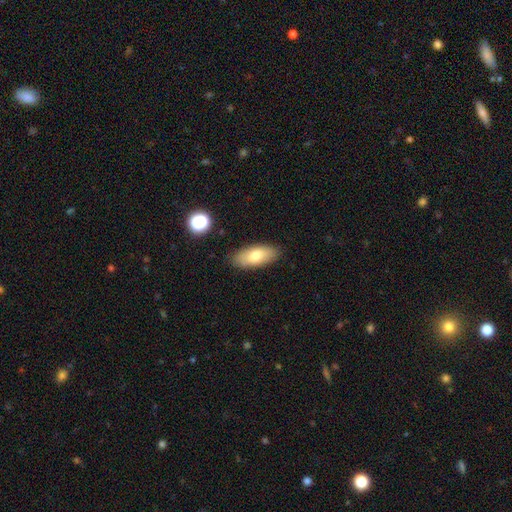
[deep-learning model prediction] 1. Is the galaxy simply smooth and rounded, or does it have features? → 74% smooth, 19% featured or disk, 7% star or artifact.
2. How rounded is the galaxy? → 84% in between, 13% cigar-shaped, 3% round.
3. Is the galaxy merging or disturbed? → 86% none, 10% minor disturbance, 2% major disturbance, 2% merger.